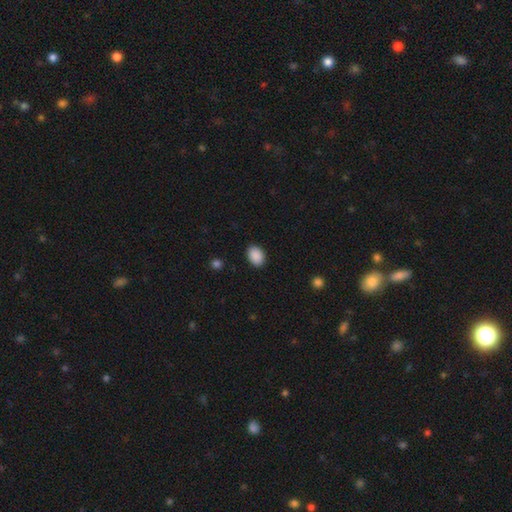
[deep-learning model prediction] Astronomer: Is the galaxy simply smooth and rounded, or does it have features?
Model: smooth — 90%.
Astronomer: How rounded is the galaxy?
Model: in between — 77%.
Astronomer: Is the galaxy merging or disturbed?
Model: none — 89%.